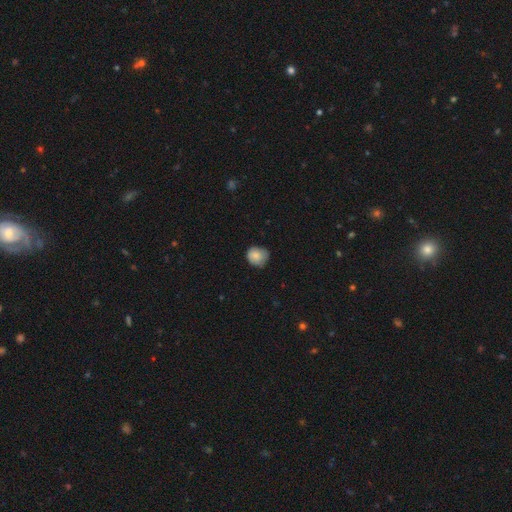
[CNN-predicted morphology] This appears to be a smooth galaxy with no disk features (83%) that is round (79%). Merging: none (62%).